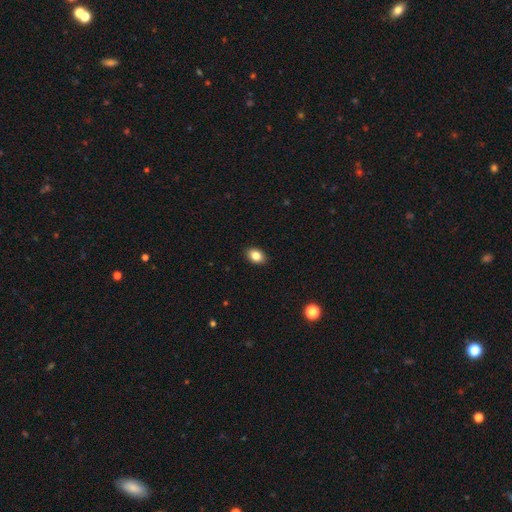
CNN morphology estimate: A smooth galaxy with no disk features (85%) that is in between round and cigar-shaped (78%).

Vote fractions:
- Smooth or featured? smooth: 85% / star or artifact: 9% / featured or disk: 6%
- How rounded? in between: 78% / round: 21% / cigar-shaped: 1%
- Merging? none: 90% / minor disturbance: 7% / major disturbance: 2% / merger: 1%